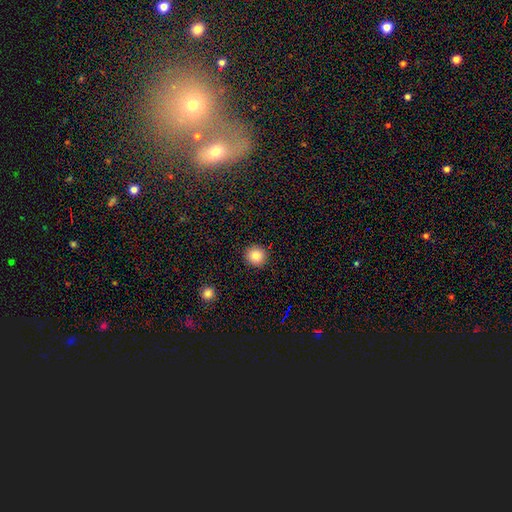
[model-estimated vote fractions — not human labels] Overall: smooth (85%). How rounded: round (94%). Merging: none (92%).